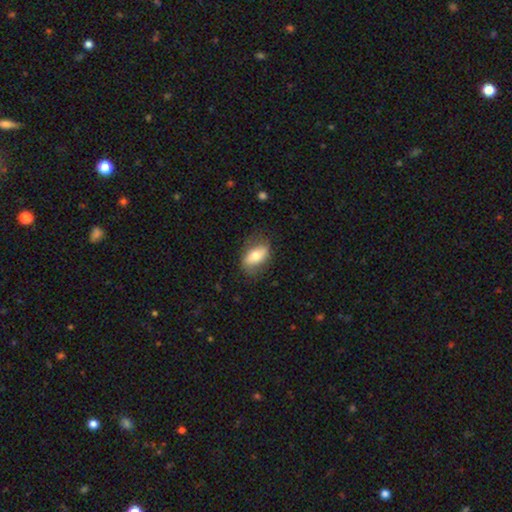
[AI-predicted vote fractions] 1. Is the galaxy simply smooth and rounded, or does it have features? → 63% smooth, 31% featured or disk, 6% star or artifact.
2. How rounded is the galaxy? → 86% in between, 8% round, 6% cigar-shaped.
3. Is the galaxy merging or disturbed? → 74% none, 19% minor disturbance, 6% major disturbance, 1% merger.